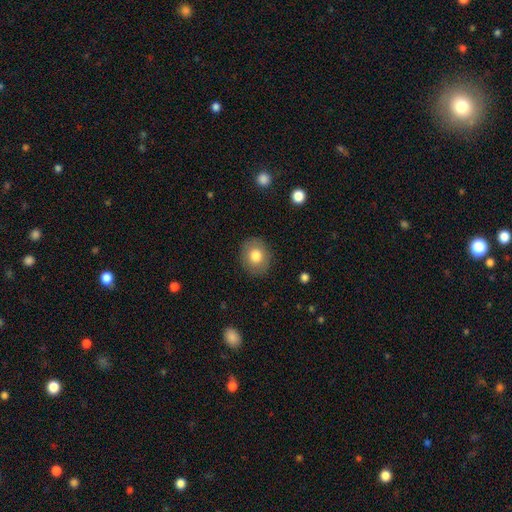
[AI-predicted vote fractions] Morphology: type=smooth (78%); roundness=round (66%); merging=none (87%).